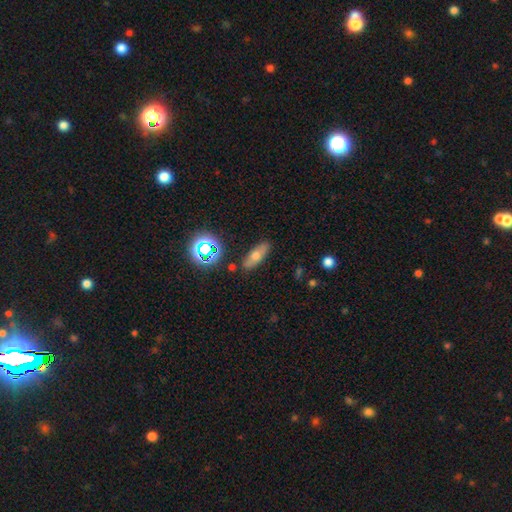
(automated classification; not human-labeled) smooth 58%, featured or disk 27%, star or artifact 15%. Down the decision tree: how rounded — in between (63%); merging — none (84%).